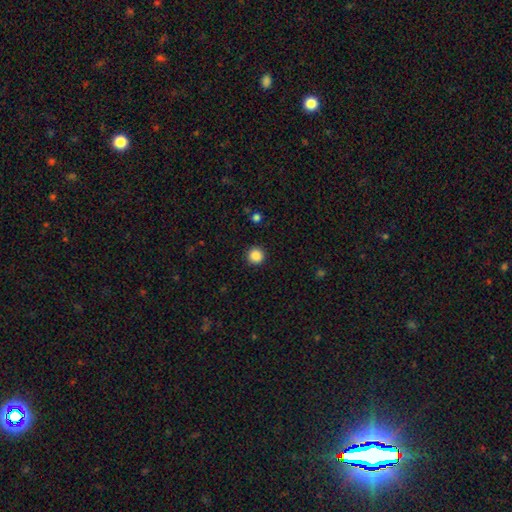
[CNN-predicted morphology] Smooth or featured? Predicted: smooth (p=0.87). How rounded? Predicted: round (p=0.96). Merging? Predicted: none (p=0.93).